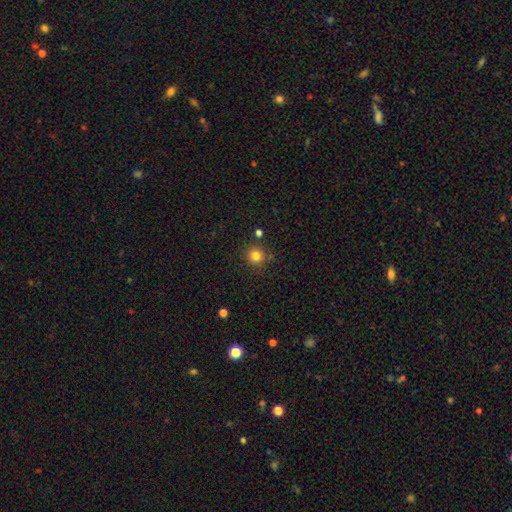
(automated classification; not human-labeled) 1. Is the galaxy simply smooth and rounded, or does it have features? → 82% smooth, 13% star or artifact, 5% featured or disk.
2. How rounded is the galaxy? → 94% round, 5% in between, 1% cigar-shaped.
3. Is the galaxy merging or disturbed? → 85% none, 8% minor disturbance, 5% merger, 3% major disturbance.